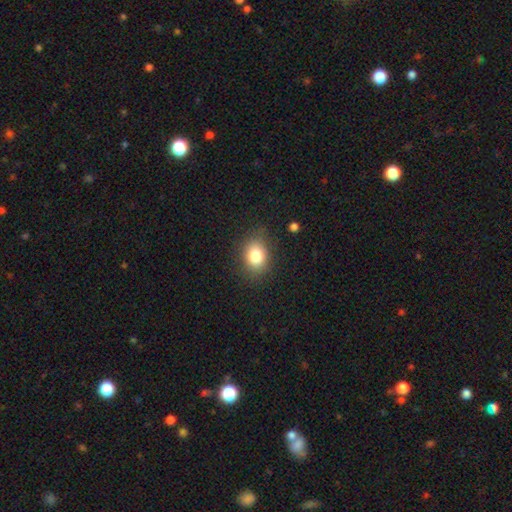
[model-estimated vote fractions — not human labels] This appears to be a smooth galaxy with no disk features (81%) that is in between round and cigar-shaped (53%). Merging: none (83%).